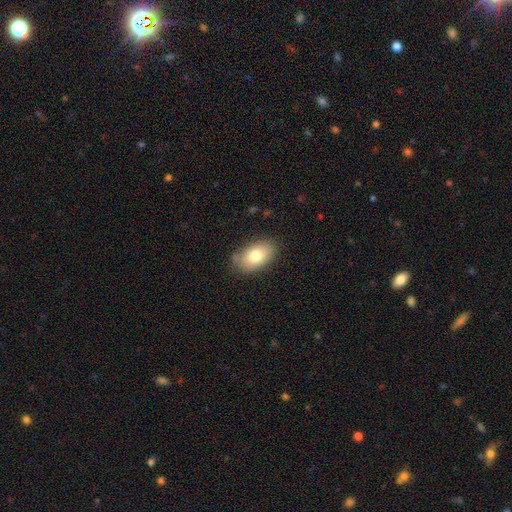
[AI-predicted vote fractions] The model was most divided on "smooth or featured": smooth: 77%, featured or disk: 15%, star or artifact: 8%. More confident: how rounded — in between (91%); merging — none (79%).